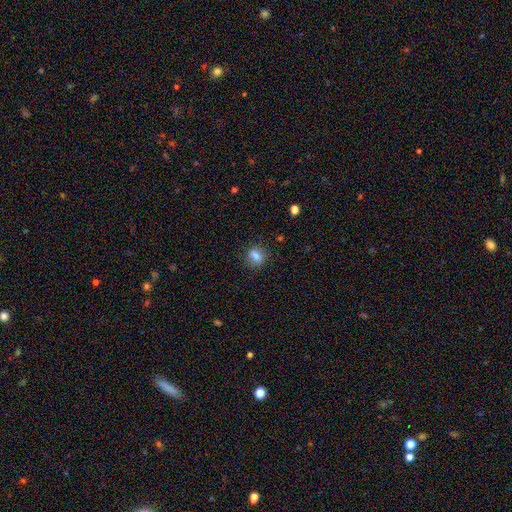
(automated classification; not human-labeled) Morphology: type=smooth (76%); roundness=round (51%); merging=none (82%).